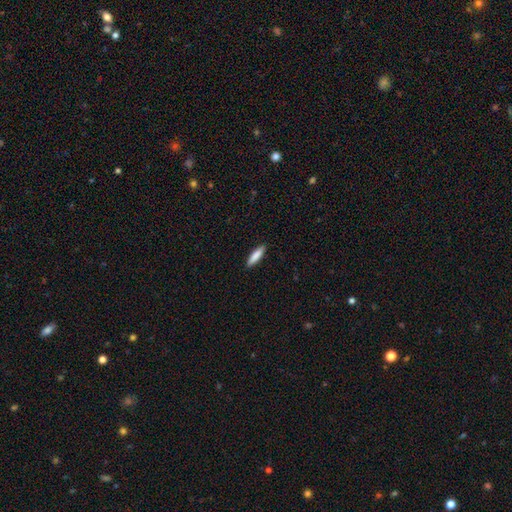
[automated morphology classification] Smooth or featured: smooth — 84% (featured or disk — 10%)
How rounded: cigar-shaped — 71% (in between — 28%)
Merging: none — 89% (minor disturbance — 8%)